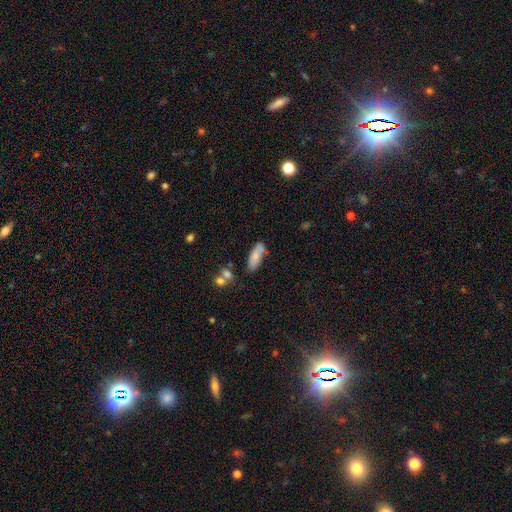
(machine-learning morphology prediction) Smooth or featured? smooth (77%)
How rounded? in between (70%)
Merging? none (61%)